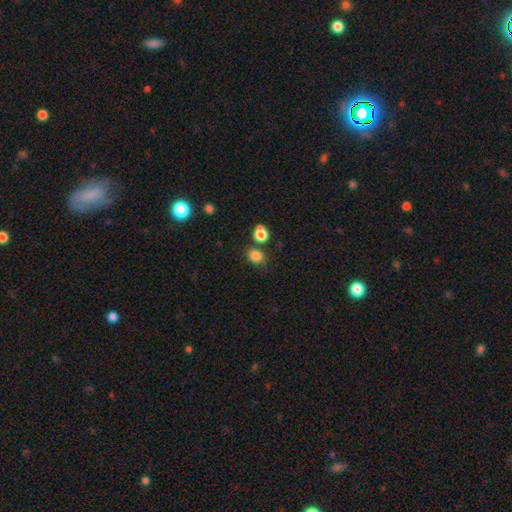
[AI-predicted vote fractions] Smooth or featured?
  - smooth: 82% *
  - star or artifact: 13%
  - featured or disk: 5%
How rounded?
  - round: 65% *
  - in between: 34%
  - cigar-shaped: 1%
Merging?
  - none: 73% *
  - minor disturbance: 12%
  - merger: 11%
  - major disturbance: 4%